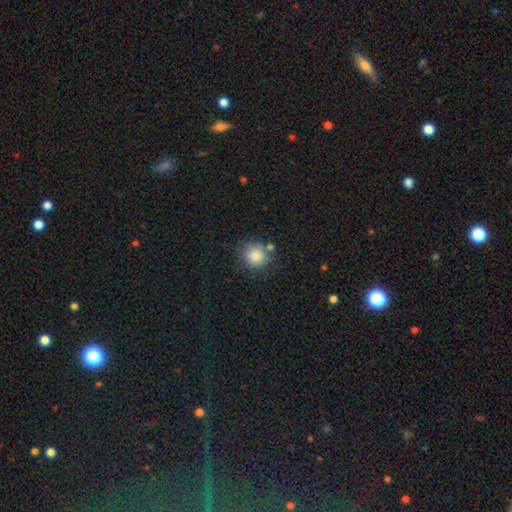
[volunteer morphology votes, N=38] smooth-or-featured: smooth: 89% | star or artifact: 8% | featured or disk: 3%
  how-rounded: round: 97% | in between: 3% | cigar-shaped: 0%
  merging: none: 66% | minor disturbance: 17% | merger: 11% | major disturbance: 6%